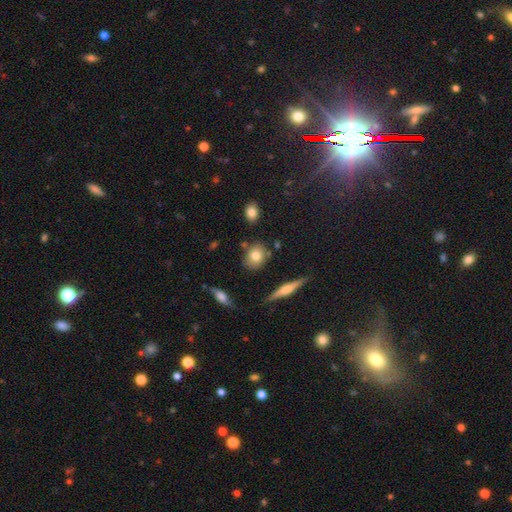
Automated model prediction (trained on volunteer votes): smooth-or-featured: smooth: 76% | featured or disk: 15% | star or artifact: 9%
  how-rounded: round: 54% | in between: 42% | cigar-shaped: 3%
  merging: none: 77% | minor disturbance: 14% | merger: 6% | major disturbance: 3%